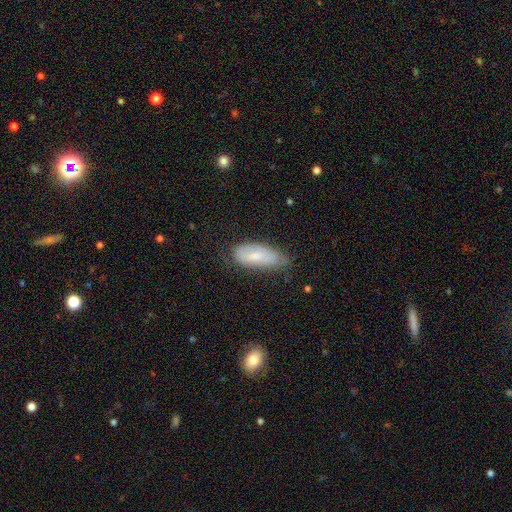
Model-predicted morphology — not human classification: Smooth or featured? Predicted: smooth (p=0.68). How rounded? Predicted: in between (p=0.77). Merging? Predicted: none (p=0.56).